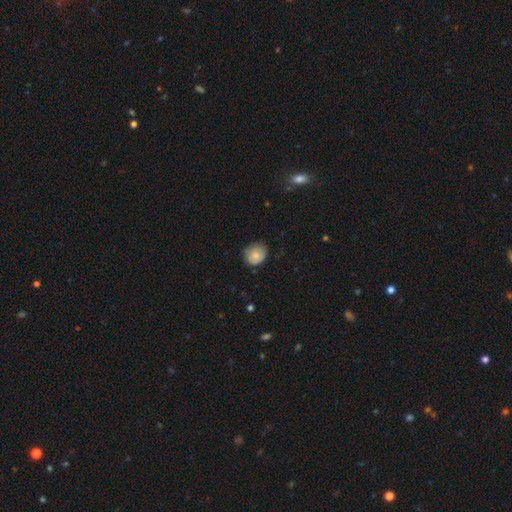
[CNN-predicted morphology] Overall: smooth (80%). How rounded: round (79%). Merging: none (76%).